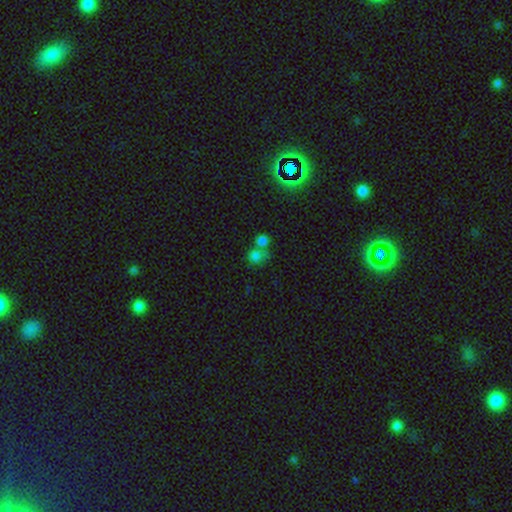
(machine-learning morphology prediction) A smooth galaxy with no disk features (75%) that is round (84%). Merging: none (43%, tied with merger).